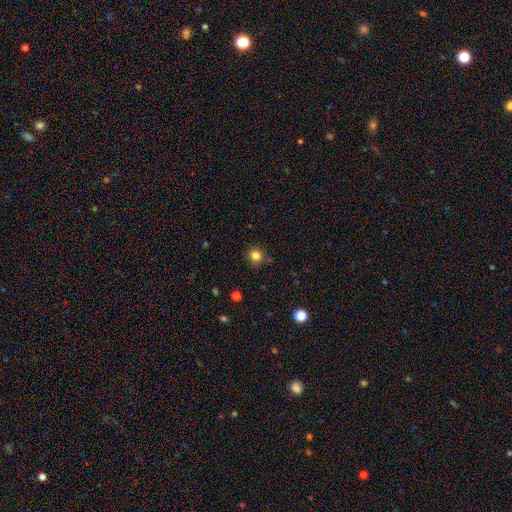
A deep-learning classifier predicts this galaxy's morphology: Smooth or featured? Predicted: smooth (p=0.82). How rounded? Predicted: round (p=0.90). Merging? Predicted: none (p=0.85).